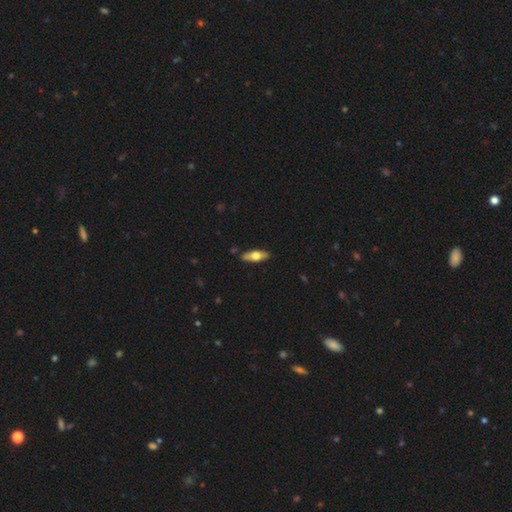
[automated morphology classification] Smooth or featured?
  - smooth: 53% *
  - featured or disk: 42%
  - star or artifact: 5%
How rounded?
  - in between: 54% *
  - cigar-shaped: 43%
  - round: 3%
Merging?
  - none: 89% *
  - minor disturbance: 9%
  - major disturbance: 2%
  - merger: 1%